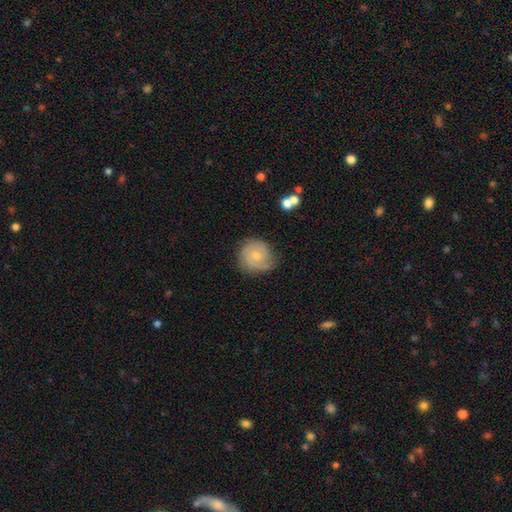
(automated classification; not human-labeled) The model was most divided on "smooth or featured": featured or disk: 51%, smooth: 41%, star or artifact: 8%. More confident: edge-on disk — no (97%); merging — none (68%).